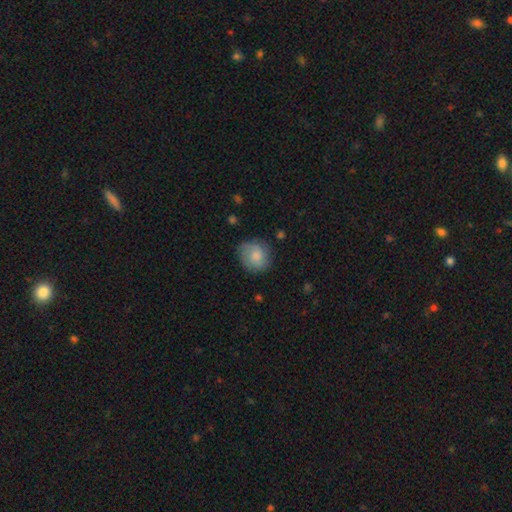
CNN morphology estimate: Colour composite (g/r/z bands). It shows a smooth galaxy with no disk features (69%) that is round (77%). Merging: none (70%).